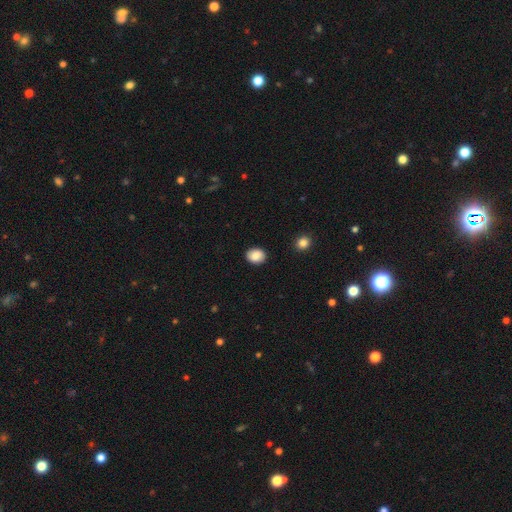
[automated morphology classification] A smooth galaxy with no disk features (87%) that is round (54%).

Vote fractions:
- Smooth or featured? smooth: 87% / star or artifact: 8% / featured or disk: 5%
- How rounded? round: 54% / in between: 45% / cigar-shaped: 1%
- Merging? none: 89% / minor disturbance: 7% / major disturbance: 2% / merger: 1%